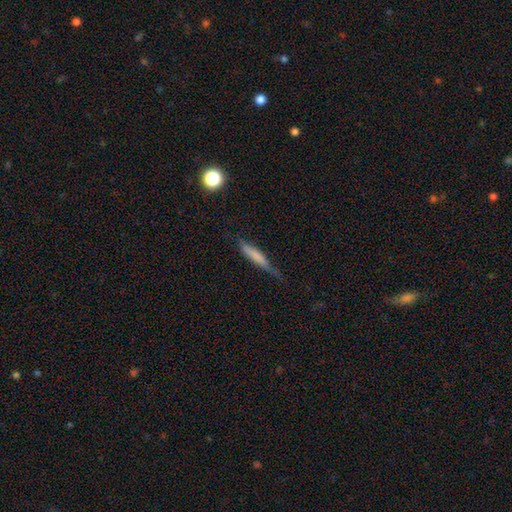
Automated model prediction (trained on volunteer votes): smooth 63%, featured or disk 29%, star or artifact 7%. Down the decision tree: how rounded — cigar-shaped (88%); merging — none (59%).